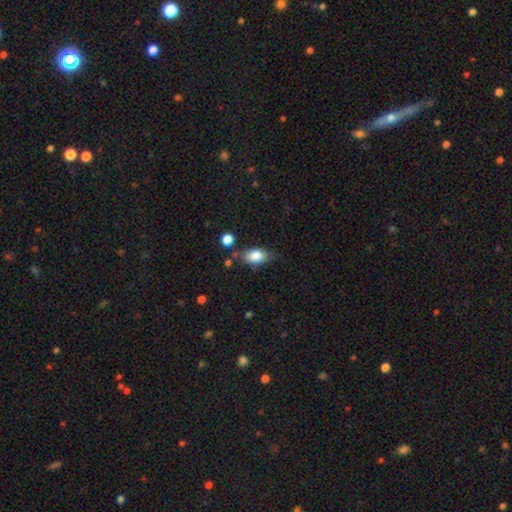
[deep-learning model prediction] A smooth galaxy with no disk features (83%) that is in between round and cigar-shaped (88%). Merging: none (70%).